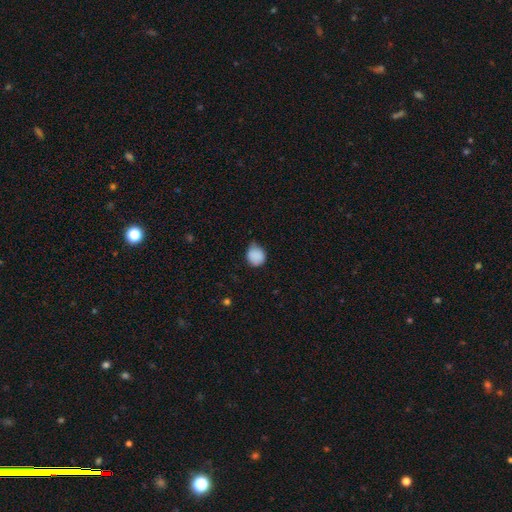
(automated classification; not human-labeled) A smooth galaxy with no disk features (86%) that is round (75%).

Vote fractions:
- Smooth or featured? smooth: 86% / star or artifact: 9% / featured or disk: 5%
- How rounded? round: 75% / in between: 24% / cigar-shaped: 1%
- Merging? none: 49% / minor disturbance: 41% / major disturbance: 7% / merger: 2%